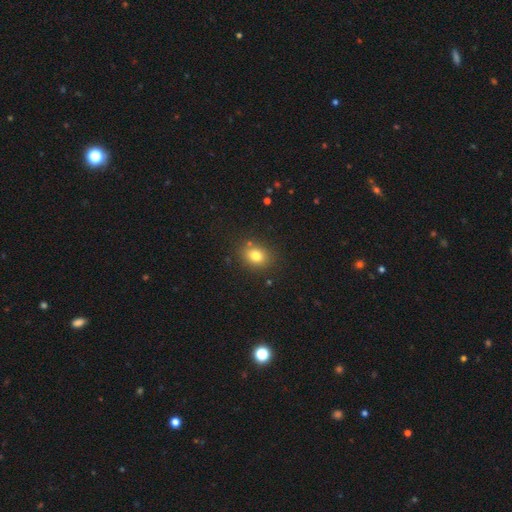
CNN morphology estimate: A smooth galaxy with no disk features (79%) that is round (51%).

Vote fractions:
- Smooth or featured? smooth: 79% / star or artifact: 13% / featured or disk: 8%
- How rounded? round: 51% / in between: 48% / cigar-shaped: 1%
- Merging? none: 81% / minor disturbance: 11% / merger: 4% / major disturbance: 3%